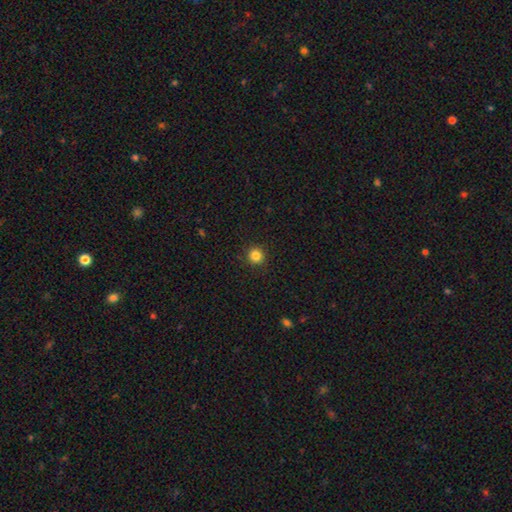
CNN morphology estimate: A smooth galaxy with no disk features (84%) that is round (94%). Merging: none (92%).